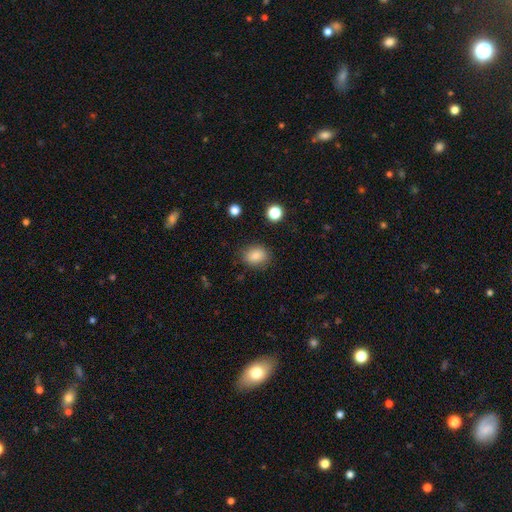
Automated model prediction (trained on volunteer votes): Smooth or featured? Predicted: smooth (p=0.83). How rounded? Predicted: in between (p=0.54). Merging? Predicted: none (p=0.84).